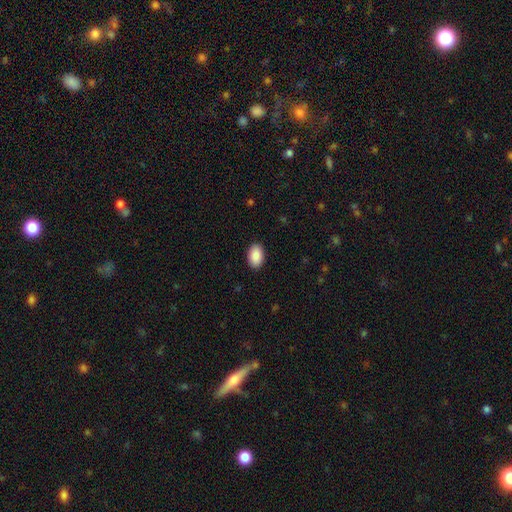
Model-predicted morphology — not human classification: A smooth galaxy with no disk features (91%) that is in between round and cigar-shaped (92%). Merging: none (90%).